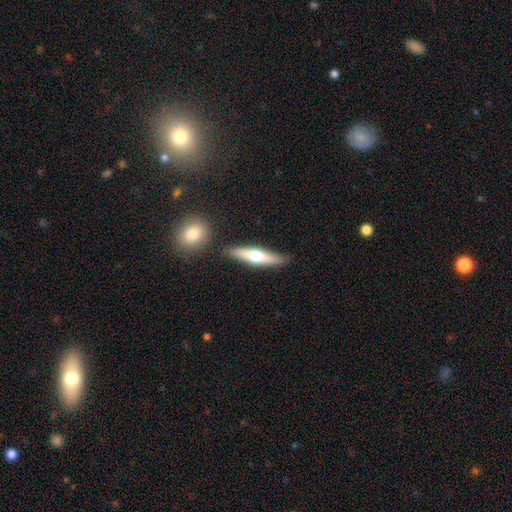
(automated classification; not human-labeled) This is possibly a smooth galaxy (48%). Merging: likely none (80%).